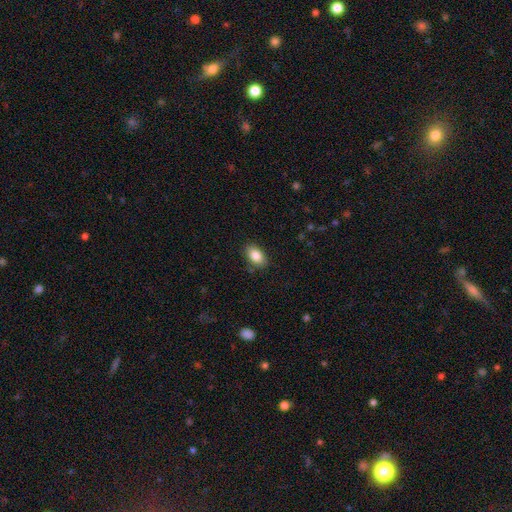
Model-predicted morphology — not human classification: smooth-or-featured: smooth: 85% | star or artifact: 8% | featured or disk: 8%
  how-rounded: in between: 89% | round: 9% | cigar-shaped: 2%
  merging: none: 85% | minor disturbance: 11% | major disturbance: 3% | merger: 1%